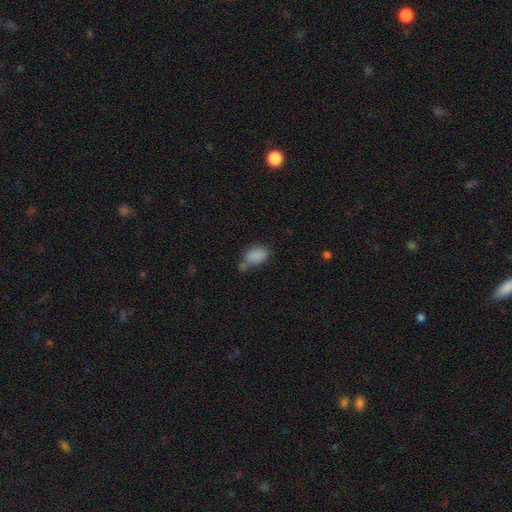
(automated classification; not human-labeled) Smooth or featured: smooth — 85% (star or artifact — 9%)
How rounded: in between — 89% (round — 9%)
Merging: none — 43% (minor disturbance — 26%)